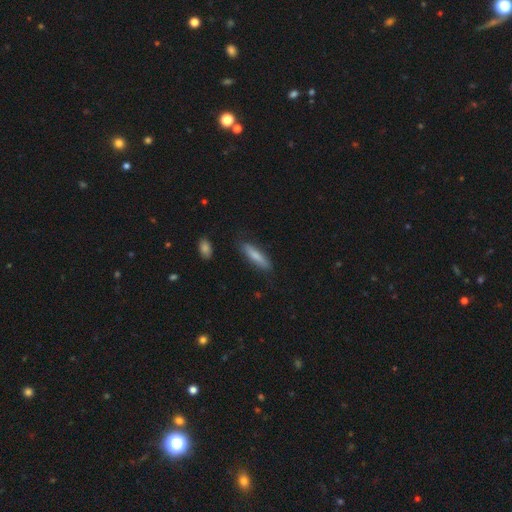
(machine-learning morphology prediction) Smooth or featured? smooth (76%)
How rounded? cigar-shaped (77%)
Merging? none (84%)